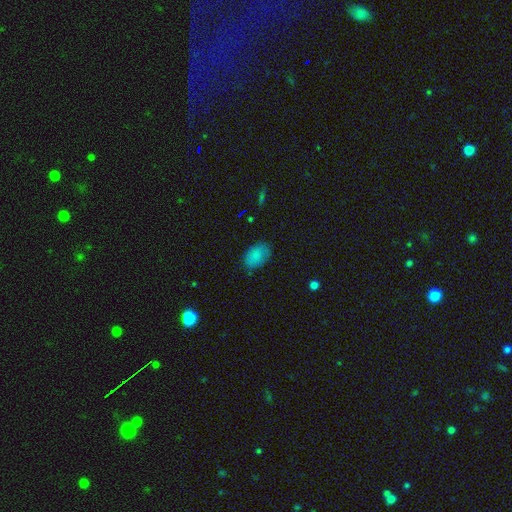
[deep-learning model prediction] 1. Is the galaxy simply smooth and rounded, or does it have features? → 85% smooth, 8% star or artifact, 7% featured or disk.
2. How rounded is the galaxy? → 87% in between, 12% round, 1% cigar-shaped.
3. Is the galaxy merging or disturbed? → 81% none, 15% minor disturbance, 4% major disturbance, 1% merger.